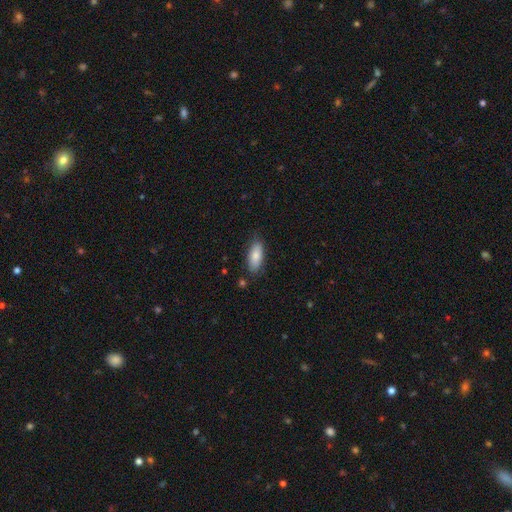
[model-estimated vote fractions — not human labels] Smooth or featured?
  - smooth: 82% *
  - featured or disk: 11%
  - star or artifact: 6%
How rounded?
  - in between: 80% *
  - cigar-shaped: 18%
  - round: 2%
Merging?
  - none: 82% *
  - minor disturbance: 14%
  - major disturbance: 3%
  - merger: 2%